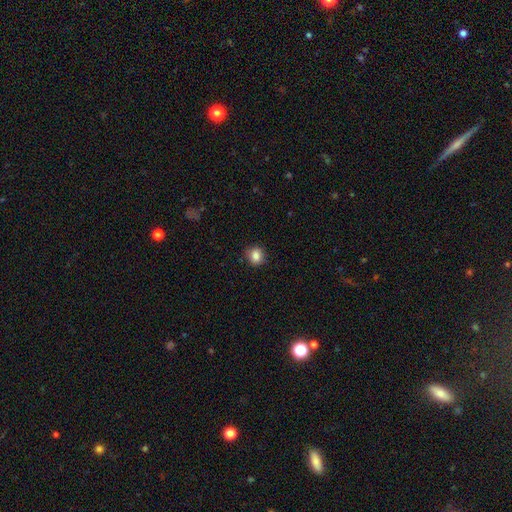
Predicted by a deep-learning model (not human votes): Smooth or featured? Predicted: smooth (p=0.85). How rounded? Predicted: round (p=0.80). Merging? Predicted: none (p=0.87).